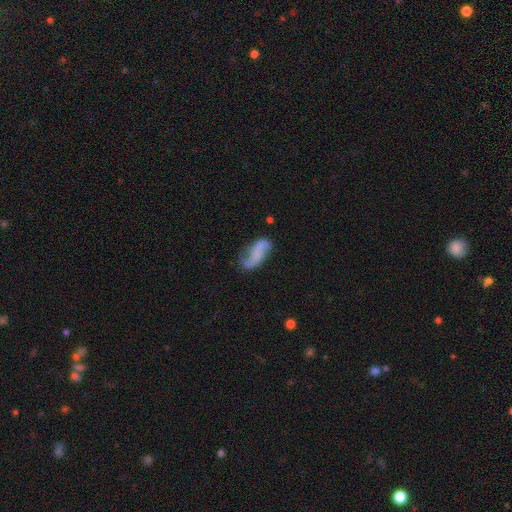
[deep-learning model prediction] Morphology: type=featured or disk (63%); edge-on=no (96%); bar=no (53%); spiral arms=yes (86%); winding=loose (77%); arm count=2 (82%); bulge=none (70%); merging=none (53%).